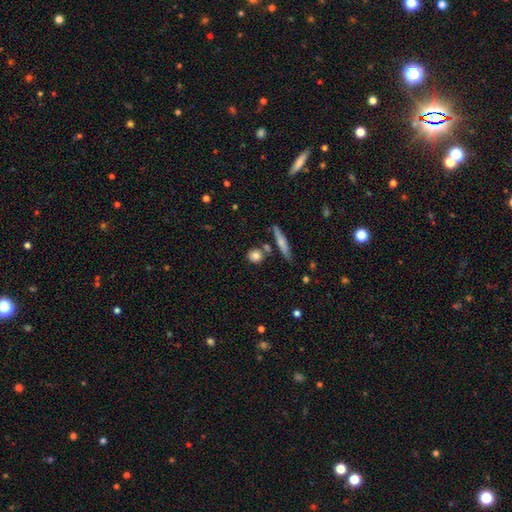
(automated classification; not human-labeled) A smooth galaxy with no disk features (78%) that is round (75%).

Vote fractions:
- Smooth or featured? smooth: 78% / featured or disk: 14% / star or artifact: 8%
- How rounded? round: 75% / in between: 16% / cigar-shaped: 8%
- Merging? none: 74% / merger: 12% / minor disturbance: 11% / major disturbance: 3%